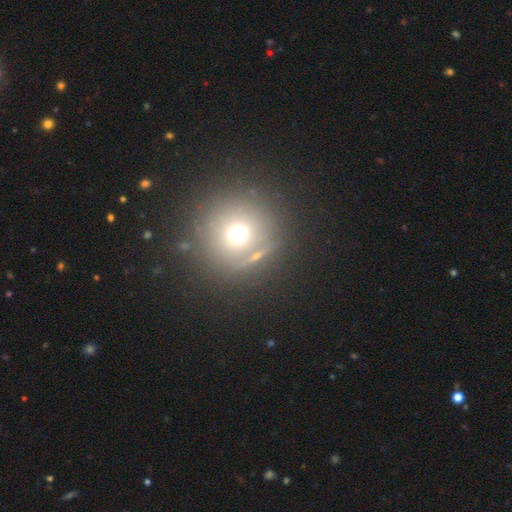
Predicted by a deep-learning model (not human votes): This is possibly a smooth galaxy (59%). How rounded: clearly round (95%). Merging: likely none (80%).